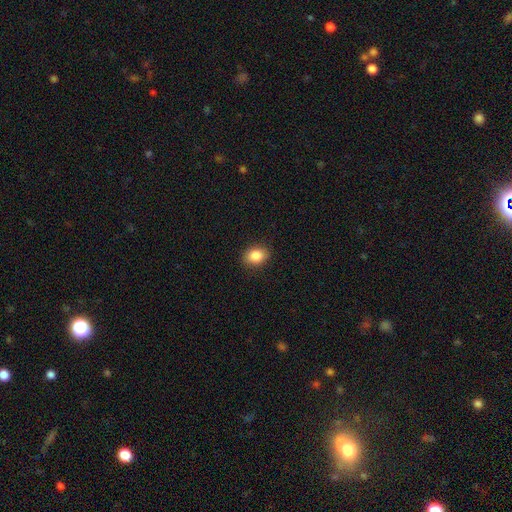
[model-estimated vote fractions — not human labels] Smooth or featured? Predicted: smooth (p=0.86). How rounded? Predicted: in between (p=0.65). Merging? Predicted: none (p=0.88).